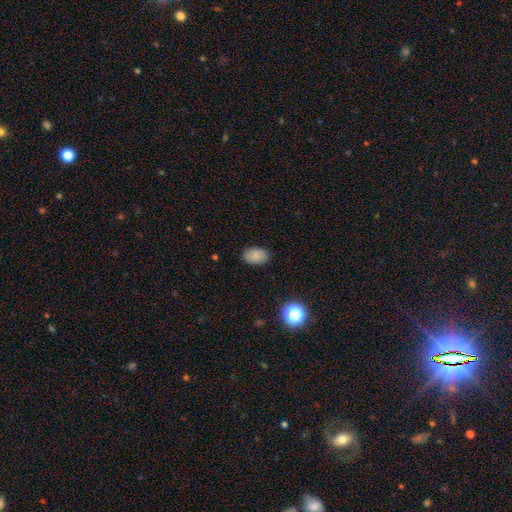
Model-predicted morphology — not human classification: smooth_or_featured: smooth (p=0.85) [alt: star or artifact p=0.10]
how_rounded: in between (p=0.89) [alt: round p=0.09]
merging: none (p=0.87) [alt: minor disturbance p=0.10]